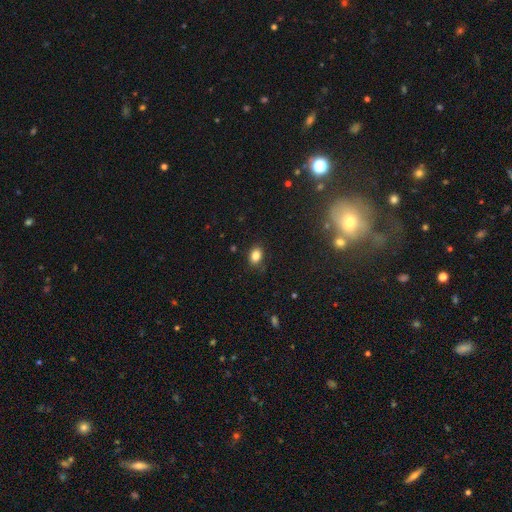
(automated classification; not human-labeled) smooth-or-featured: smooth: 84% | star or artifact: 10% | featured or disk: 6%
  how-rounded: in between: 72% | round: 27% | cigar-shaped: 1%
  merging: none: 84% | minor disturbance: 12% | major disturbance: 3% | merger: 1%